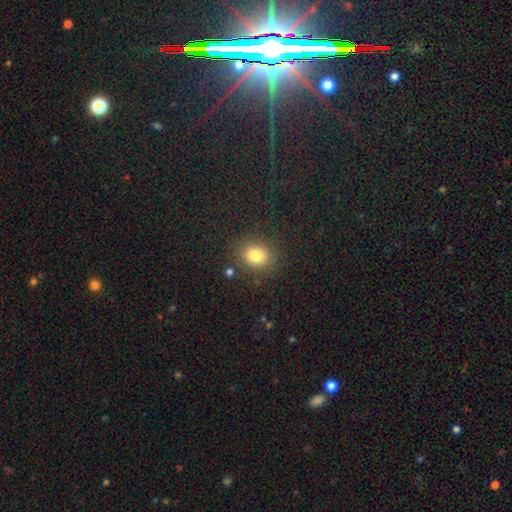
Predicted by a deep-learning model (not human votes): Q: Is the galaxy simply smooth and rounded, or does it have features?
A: smooth — 81%.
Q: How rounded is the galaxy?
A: round — 64%.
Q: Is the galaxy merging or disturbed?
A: none — 84%.